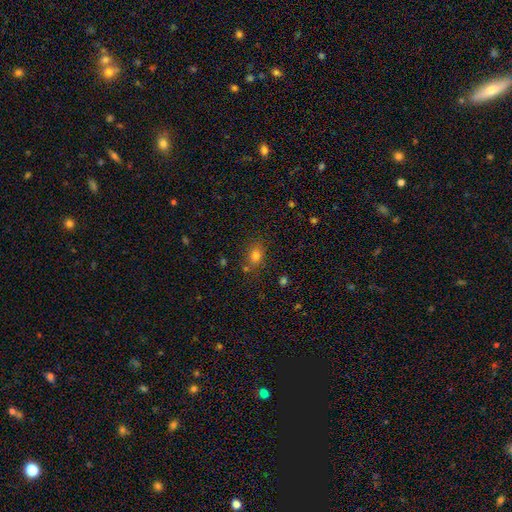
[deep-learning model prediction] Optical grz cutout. It shows a smooth galaxy with no disk features (76%) that is in between round and cigar-shaped (60%). Merging: none (74%).